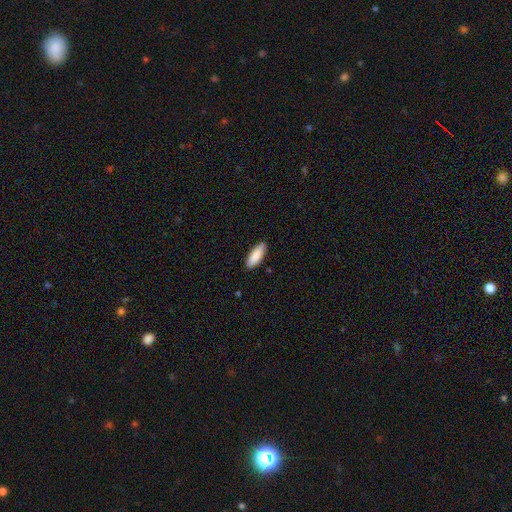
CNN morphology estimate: Smooth or featured? Predicted: smooth (p=0.88). How rounded? Predicted: in between (p=0.65). Merging? Predicted: none (p=0.88).